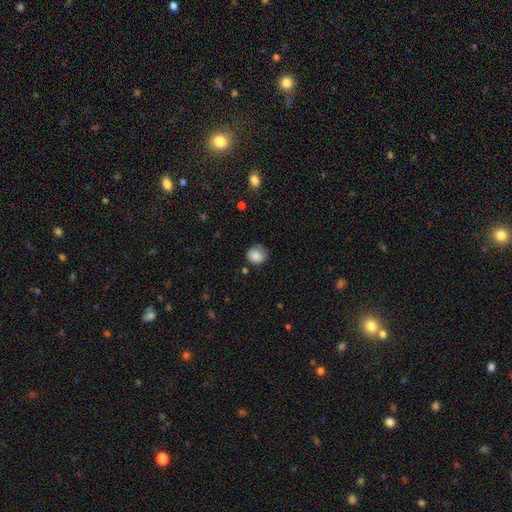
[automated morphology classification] type=smooth (85%); roundness=round (80%); merging=none (69%).